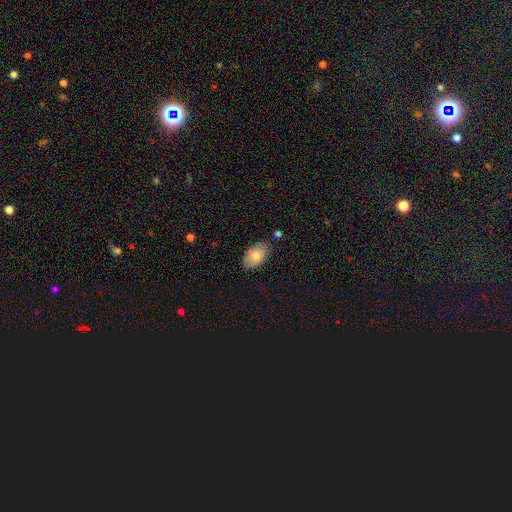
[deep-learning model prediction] A smooth galaxy with no disk features (76%) that is in between round and cigar-shaped (92%).

Vote fractions:
- Smooth or featured? smooth: 76% / featured or disk: 17% / star or artifact: 7%
- How rounded? in between: 92% / round: 6% / cigar-shaped: 1%
- Merging? none: 80% / minor disturbance: 14% / major disturbance: 3% / merger: 3%